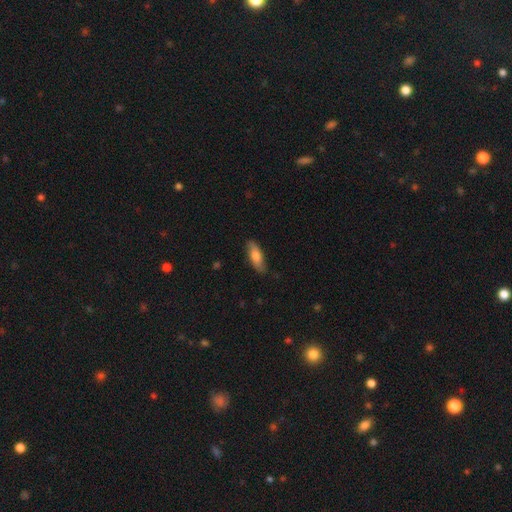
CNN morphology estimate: Smooth or featured? Predicted: smooth (p=0.73). How rounded? Predicted: in between (p=0.61). Merging? Predicted: none (p=0.82).